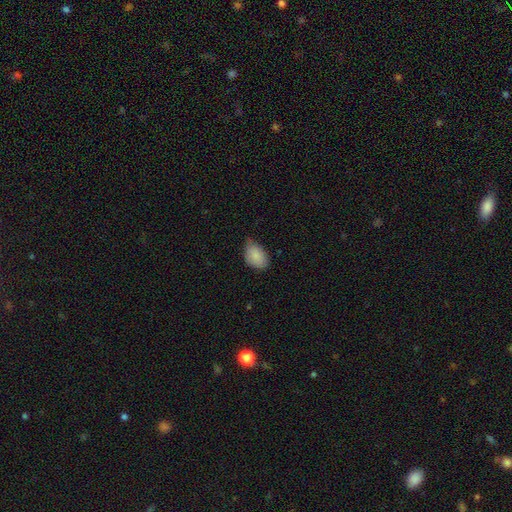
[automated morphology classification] Smooth or featured? smooth (86%)
How rounded? in between (88%)
Merging? none (53%)